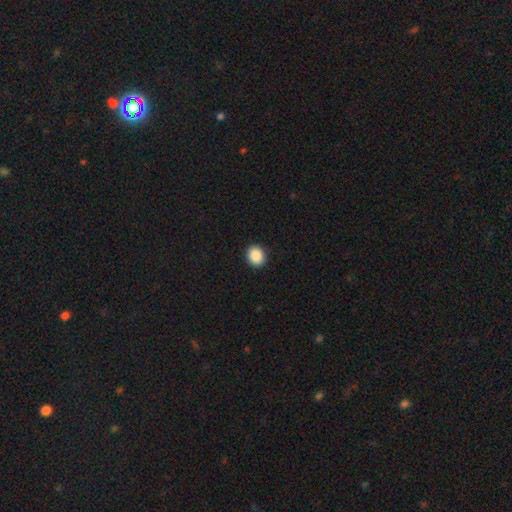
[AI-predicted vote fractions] Q: Smooth or featured?
A: smooth (89%); runner-up: star or artifact (8%)
Q: How rounded?
A: round (66%); runner-up: in between (34%)
Q: Merging?
A: none (92%); runner-up: minor disturbance (6%)